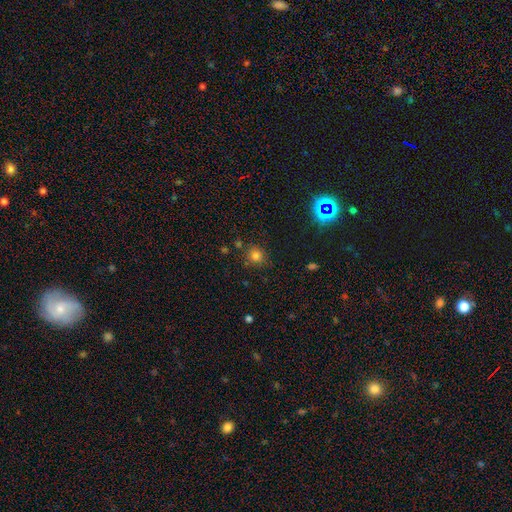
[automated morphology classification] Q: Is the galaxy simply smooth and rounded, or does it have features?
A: smooth — 78%.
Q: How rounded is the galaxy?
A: round — 87%.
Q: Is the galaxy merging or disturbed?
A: none — 81%.